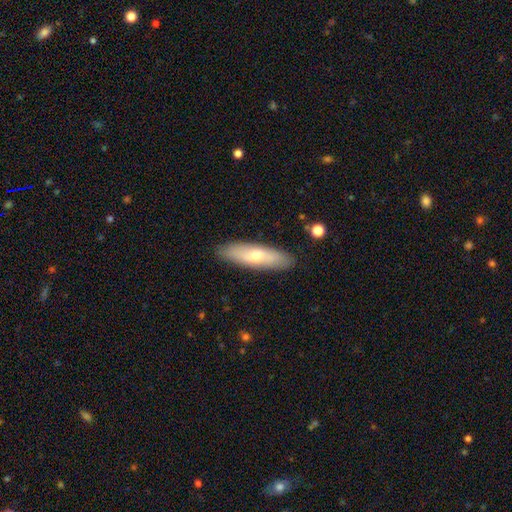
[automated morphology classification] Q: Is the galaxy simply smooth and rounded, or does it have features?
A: smooth — 60%.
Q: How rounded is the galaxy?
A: cigar-shaped — 64%.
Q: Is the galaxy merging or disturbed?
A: none — 88%.